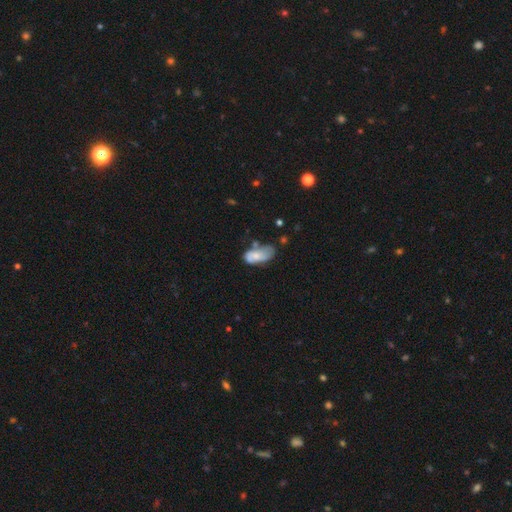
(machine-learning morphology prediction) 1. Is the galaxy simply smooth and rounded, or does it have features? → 64% smooth, 28% featured or disk, 7% star or artifact.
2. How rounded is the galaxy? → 90% in between, 7% cigar-shaped, 3% round.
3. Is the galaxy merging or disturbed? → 34% none (tied), 34% minor disturbance (tied), 18% major disturbance, 14% merger.